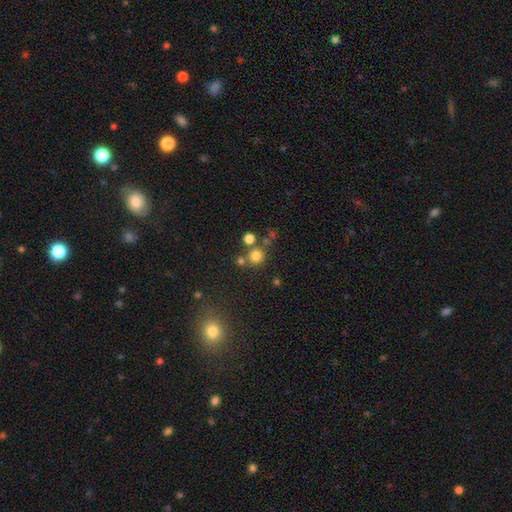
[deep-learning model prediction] Smooth or featured?
  - smooth: 74% *
  - star or artifact: 17%
  - featured or disk: 8%
How rounded?
  - round: 91% *
  - in between: 8%
  - cigar-shaped: 1%
Merging?
  - none: 68% *
  - merger: 20%
  - minor disturbance: 8%
  - major disturbance: 4%